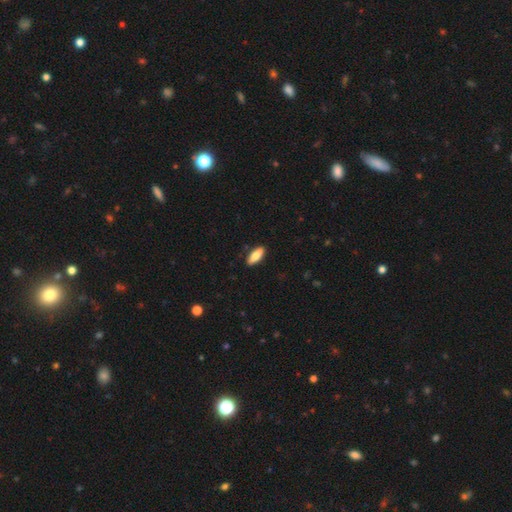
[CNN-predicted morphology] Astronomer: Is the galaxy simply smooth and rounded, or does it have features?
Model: smooth — 77%.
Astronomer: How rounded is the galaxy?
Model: in between — 72%.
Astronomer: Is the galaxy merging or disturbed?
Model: none — 89%.